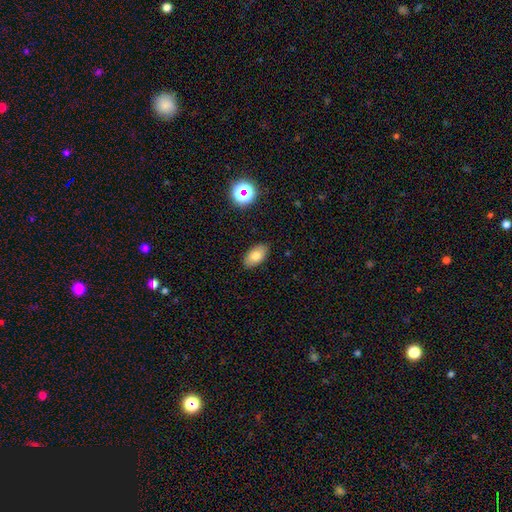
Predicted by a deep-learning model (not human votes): smooth-or-featured: smooth: 77% | featured or disk: 13% | star or artifact: 10%
  how-rounded: in between: 92% | round: 6% | cigar-shaped: 2%
  merging: none: 87% | minor disturbance: 9% | major disturbance: 2% | merger: 1%